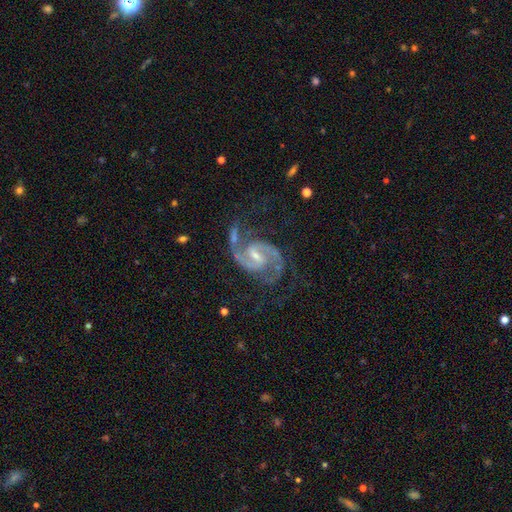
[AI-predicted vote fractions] smooth_or_featured: featured or disk (p=0.93) [alt: star or artifact p=0.04]
disk_edge_on: no (p=0.98) [alt: yes p=0.02]
bar: weak (p=0.55) [alt: strong p=0.26]
has_spiral_arms: yes (p=0.99) [alt: no p=0.01]
spiral_winding: medium (p=0.63) [alt: tight p=0.20]
spiral_arm_count: 2 (p=0.92) [alt: 3 p=0.02]
bulge_size: small (p=0.59) [alt: moderate p=0.33]
merging: none (p=0.65) [alt: minor disturbance p=0.18]